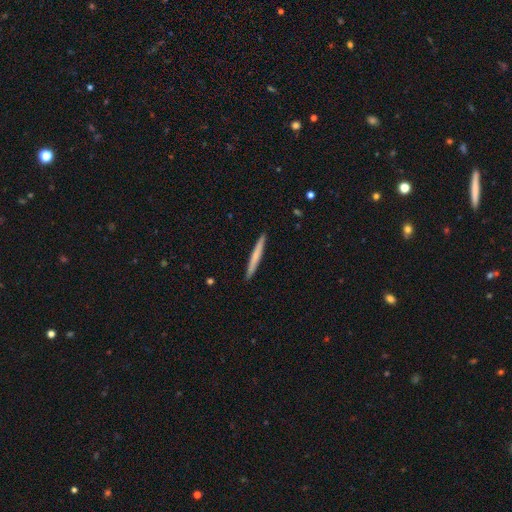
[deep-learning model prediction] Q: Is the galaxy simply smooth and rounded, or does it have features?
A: smooth — 64%.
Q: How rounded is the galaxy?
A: cigar-shaped — 97%.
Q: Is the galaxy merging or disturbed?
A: none — 93%.